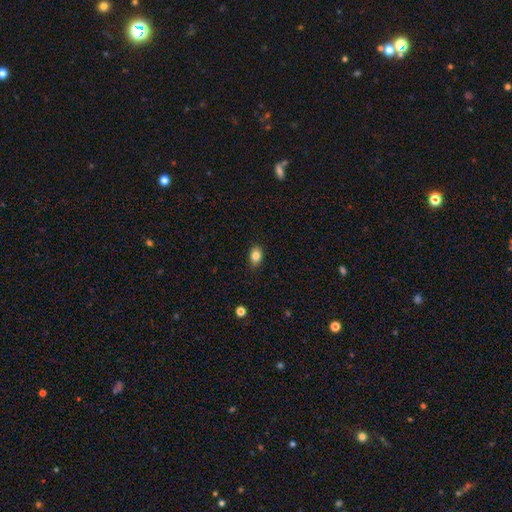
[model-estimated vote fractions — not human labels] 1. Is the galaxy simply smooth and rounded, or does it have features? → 83% smooth, 10% star or artifact, 7% featured or disk.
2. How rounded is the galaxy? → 79% in between, 20% round, 1% cigar-shaped.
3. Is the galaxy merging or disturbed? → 86% none, 11% minor disturbance, 2% major disturbance, 1% merger.